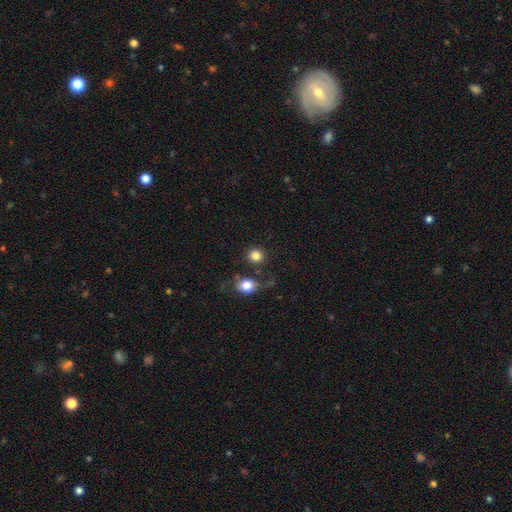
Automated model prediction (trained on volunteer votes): Q: Smooth or featured?
A: smooth (84%); runner-up: star or artifact (11%)
Q: How rounded?
A: round (89%); runner-up: in between (10%)
Q: Merging?
A: none (77%); runner-up: merger (10%)